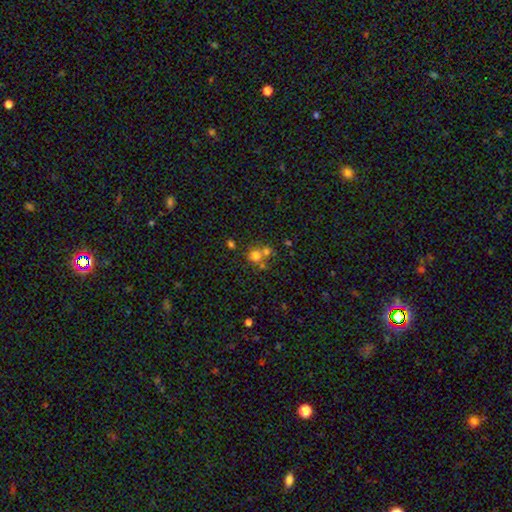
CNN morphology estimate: Smooth or featured: smooth — 70% (star or artifact — 17%)
How rounded: round — 86% (in between — 13%)
Merging: none — 50% (merger — 39%)